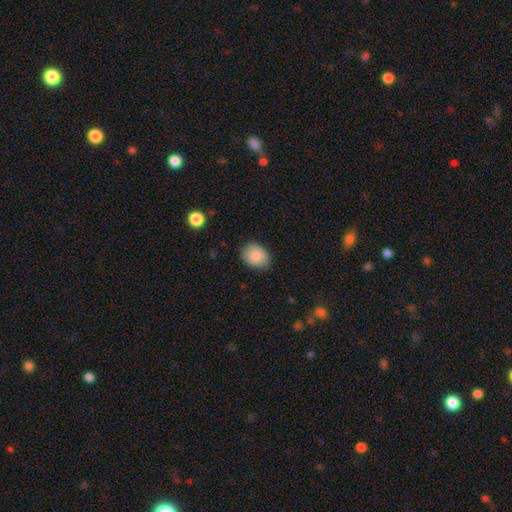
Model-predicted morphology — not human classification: Smooth or featured: smooth — 87% (star or artifact — 7%)
How rounded: in between — 56% (round — 43%)
Merging: none — 82% (minor disturbance — 15%)